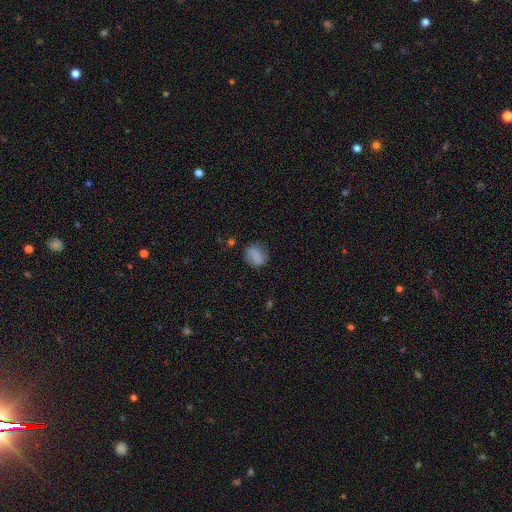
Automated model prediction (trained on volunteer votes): Smooth or featured? Predicted: smooth (p=0.74). How rounded? Predicted: round (p=0.59). Merging? Predicted: none (p=0.71).